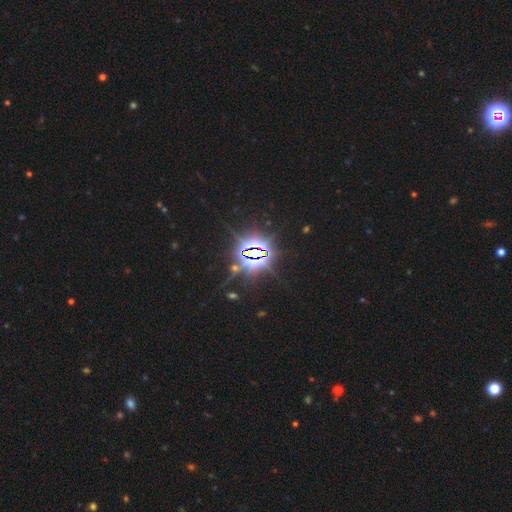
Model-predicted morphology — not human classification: This is clearly a star or artifact rather than a galaxy (86%).